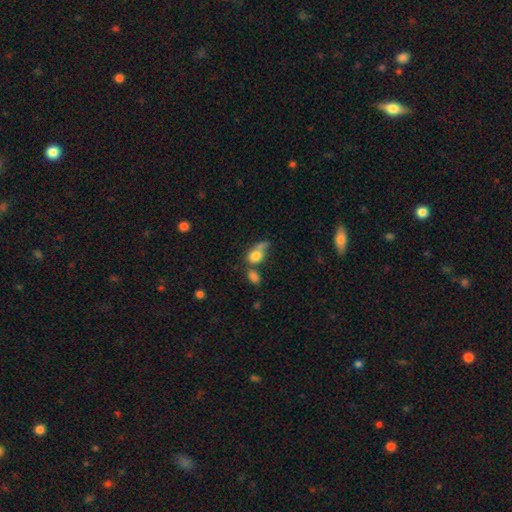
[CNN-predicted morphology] Overall: smooth (77%). How rounded: in between (62%; round 35%). Merging: merger (37%; none 29%).